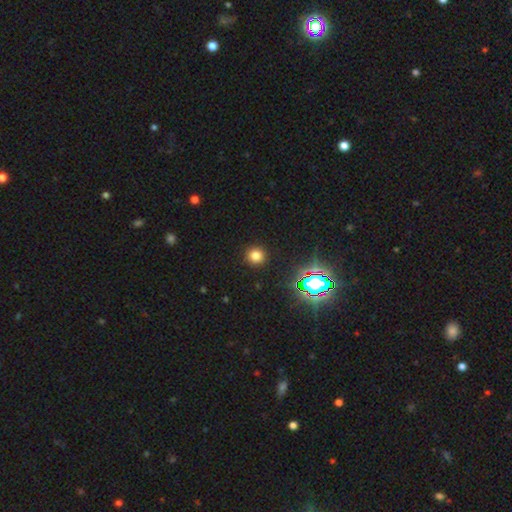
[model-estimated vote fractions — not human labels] This appears to be a smooth galaxy with no disk features (76%) that is round (93%). Merging: none (92%).